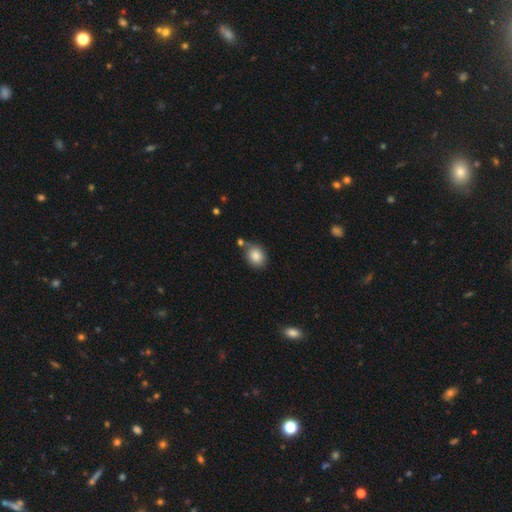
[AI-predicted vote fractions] Smooth or featured?
  - smooth: 85% *
  - star or artifact: 8%
  - featured or disk: 6%
How rounded?
  - in between: 54% *
  - round: 45%
  - cigar-shaped: 1%
Merging?
  - none: 67% *
  - minor disturbance: 17%
  - merger: 12%
  - major disturbance: 4%